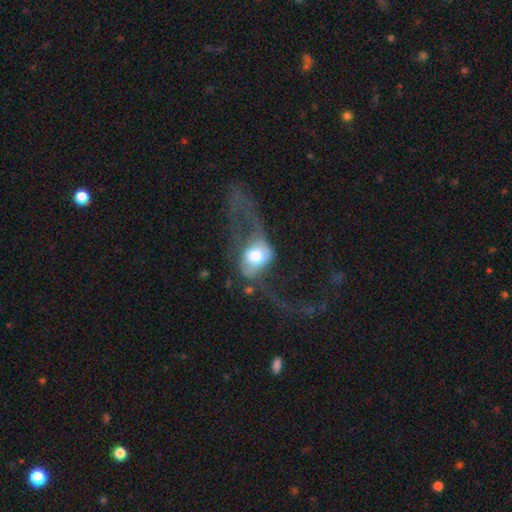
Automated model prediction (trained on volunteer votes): The model was most divided on "smooth or featured": featured or disk: 50%, smooth: 43%, star or artifact: 7%. More confident: merging — major disturbance (66%).